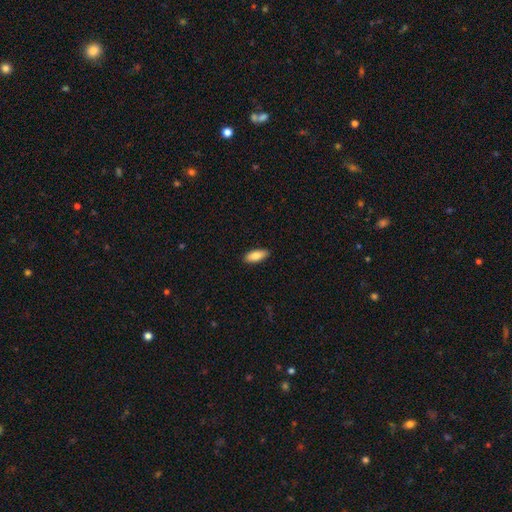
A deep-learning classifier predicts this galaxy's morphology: smooth 84%, featured or disk 10%, star or artifact 6%. Down the decision tree: how rounded — in between (81%); merging — none (88%).